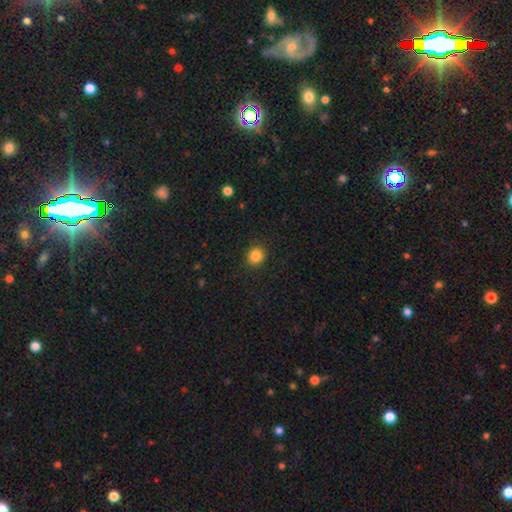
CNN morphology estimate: Q: Smooth or featured?
A: smooth (86%); runner-up: star or artifact (11%)
Q: How rounded?
A: round (88%); runner-up: in between (11%)
Q: Merging?
A: none (91%); runner-up: minor disturbance (6%)